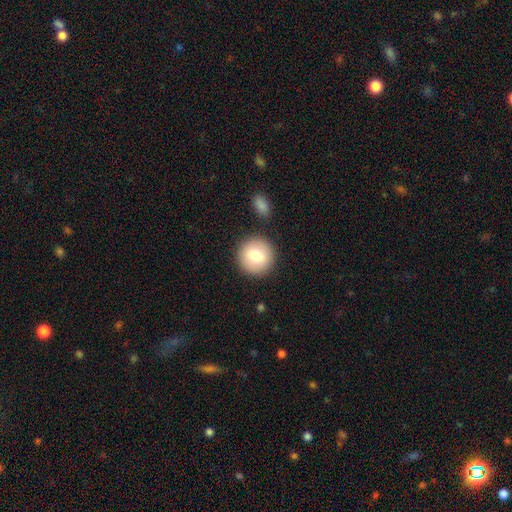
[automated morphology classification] smooth 77%, featured or disk 15%, star or artifact 8%. Down the decision tree: how rounded — round (94%); merging — none (87%).